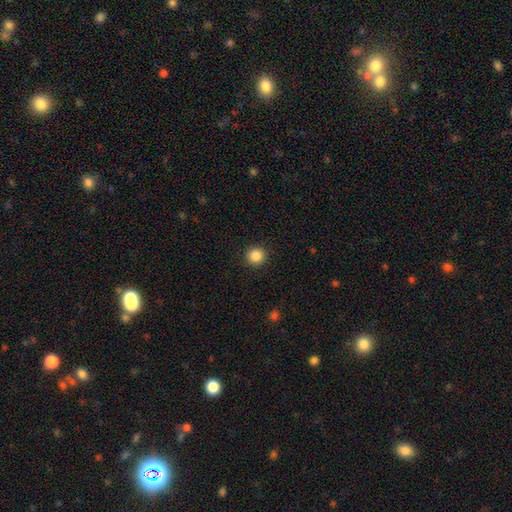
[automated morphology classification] Q: Smooth or featured?
A: smooth (86%); runner-up: star or artifact (10%)
Q: How rounded?
A: round (93%); runner-up: in between (6%)
Q: Merging?
A: none (92%); runner-up: minor disturbance (5%)